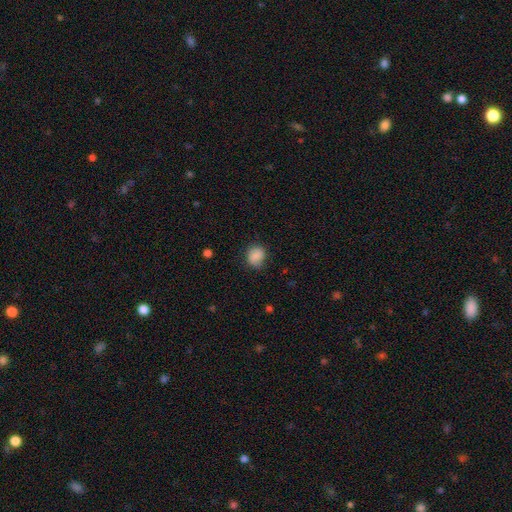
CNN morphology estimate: Smooth or featured?
  - smooth: 85% *
  - star or artifact: 8%
  - featured or disk: 7%
How rounded?
  - round: 67% *
  - in between: 32%
  - cigar-shaped: 1%
Merging?
  - none: 73% *
  - minor disturbance: 21%
  - major disturbance: 5%
  - merger: 1%